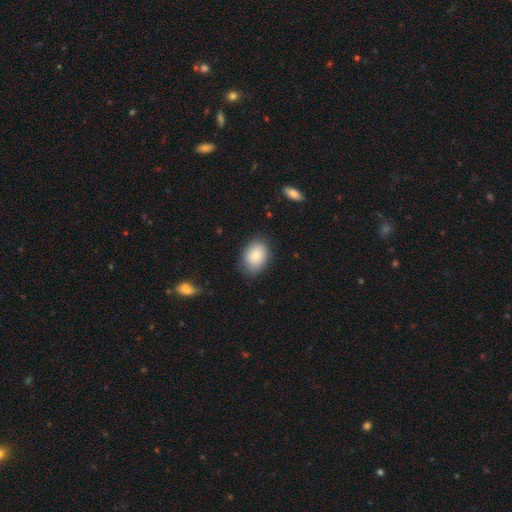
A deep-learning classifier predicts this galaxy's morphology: Smooth or featured: smooth — 85% (featured or disk — 8%)
How rounded: in between — 77% (round — 22%)
Merging: none — 81% (minor disturbance — 14%)